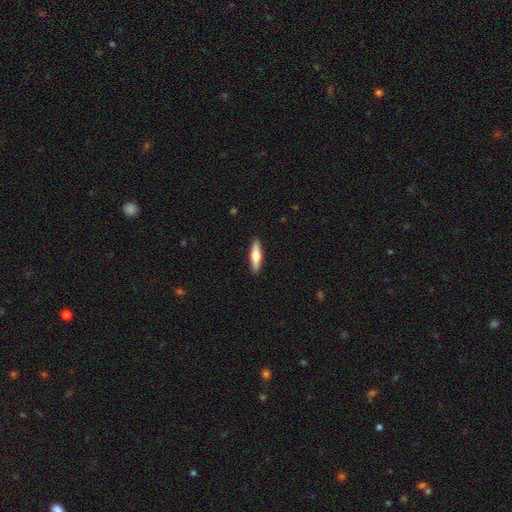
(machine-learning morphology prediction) This is possibly a smooth galaxy (58%). How rounded: likely cigar-shaped (67%). Merging: clearly none (90%).